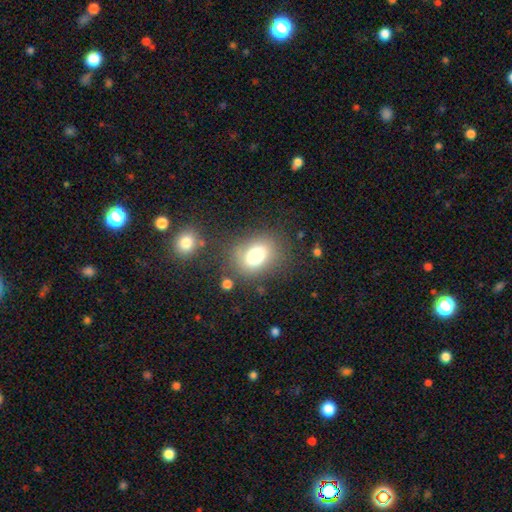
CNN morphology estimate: This is likely a smooth galaxy (75%). How rounded: likely in between (66%). Merging: likely none (71%).